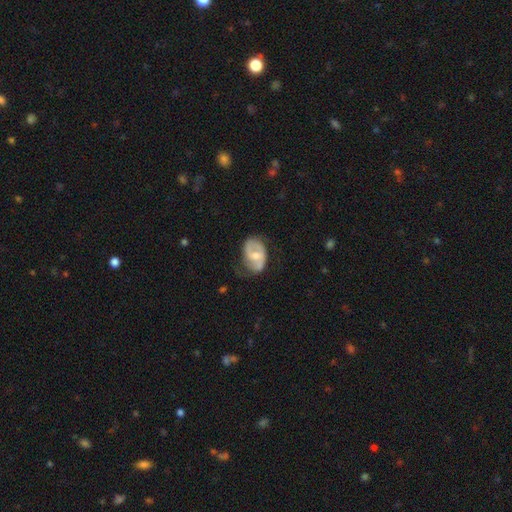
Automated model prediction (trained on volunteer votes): Smooth or featured? featured or disk (60%)
Edge-on disk? no (96%)
Bar? no (45%)
Spiral arms? yes (72%)
Bulge size? moderate (58%)
Merging? none (49%)